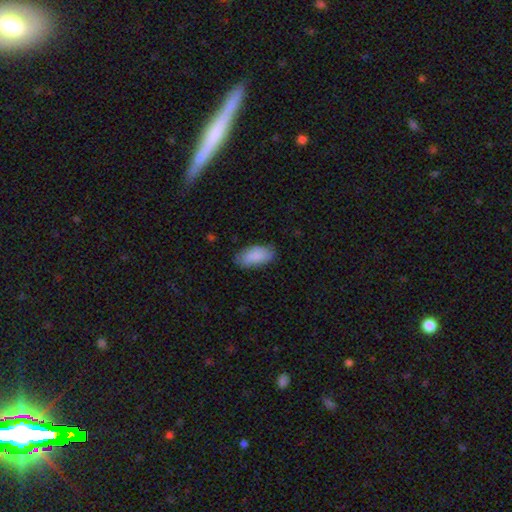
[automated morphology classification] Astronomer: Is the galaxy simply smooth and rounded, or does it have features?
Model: smooth — 85%.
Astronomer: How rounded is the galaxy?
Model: in between — 93%.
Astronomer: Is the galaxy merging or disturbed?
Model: none — 76%.